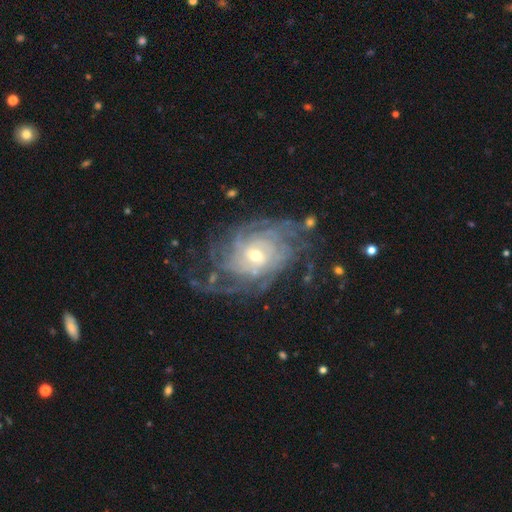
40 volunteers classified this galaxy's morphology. smooth_or_featured: featured or disk (p=0.95) [alt: smooth p=0.03]
disk_edge_on: no (p=0.97) [alt: yes p=0.03]
bar: weak (p=0.54) [alt: no p=0.32]
has_spiral_arms: yes (p=0.97) [alt: no p=0.03]
spiral_winding: tight (p=0.50) [alt: medium p=0.44]
spiral_arm_count: more than 4 (p=0.50) [alt: 4 p=0.19]
bulge_size: moderate (p=0.54) [alt: small p=0.46]
merging: none (p=0.69) [alt: minor disturbance p=0.23]